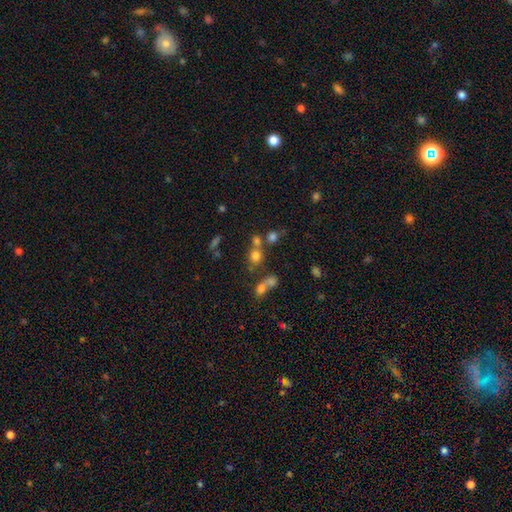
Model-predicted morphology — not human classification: This appears to be a smooth galaxy with no disk features (68%) that is round (79%). Merging: none (51%).